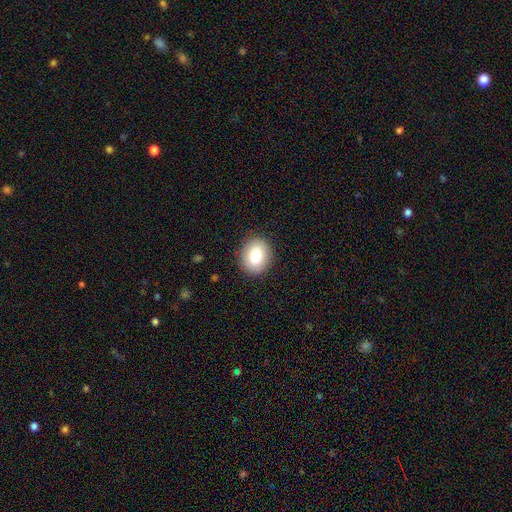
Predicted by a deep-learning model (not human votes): This is clearly a smooth galaxy (82%). How rounded: possibly in between (50%). Merging: clearly none (89%).